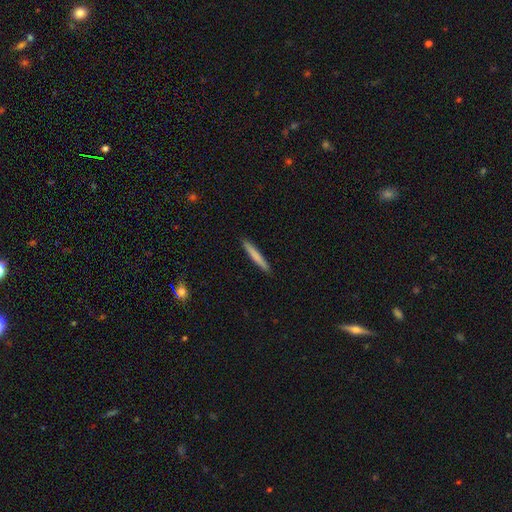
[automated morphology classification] smooth 76%, featured or disk 19%, star or artifact 5%. Down the decision tree: how rounded — cigar-shaped (96%); merging — none (92%).